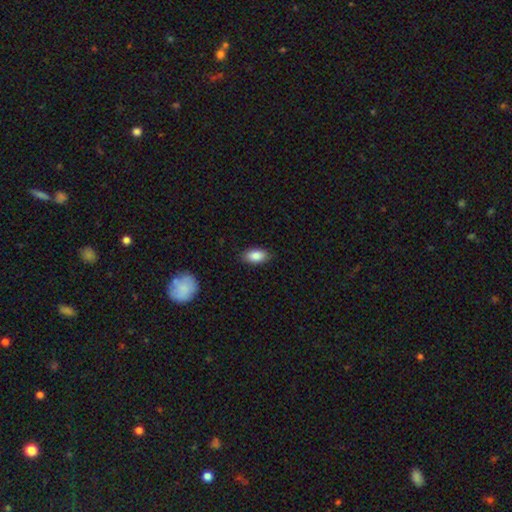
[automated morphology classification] A smooth galaxy with no disk features (87%) that is in between round and cigar-shaped (92%). Merging: none (85%).